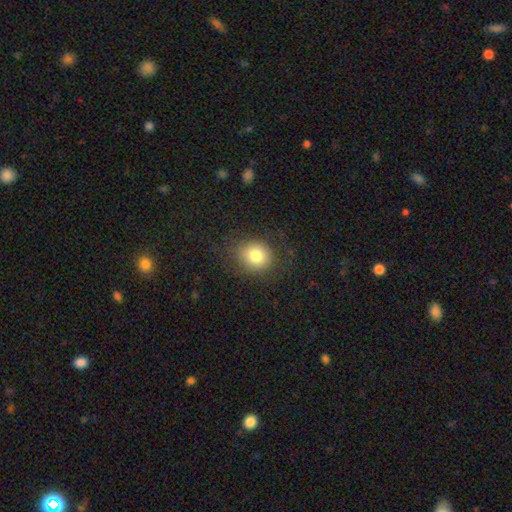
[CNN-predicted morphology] This appears to be a smooth galaxy with no disk features (79%) that is round (74%). Merging: none (82%).